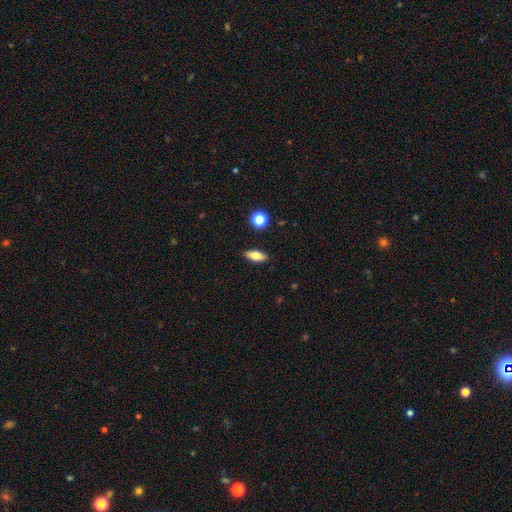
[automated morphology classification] This is likely a smooth galaxy (70%). How rounded: likely in between (74%). Merging: clearly none (89%).